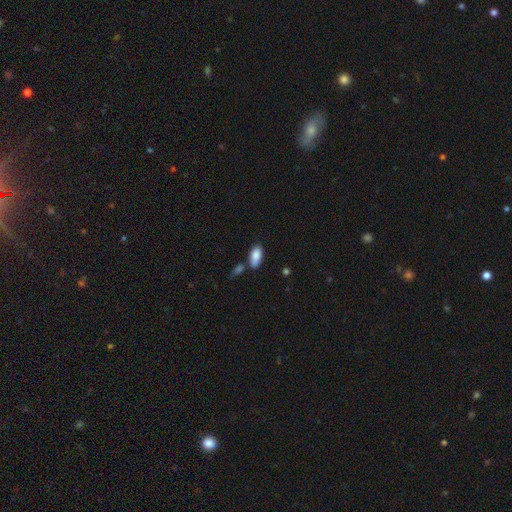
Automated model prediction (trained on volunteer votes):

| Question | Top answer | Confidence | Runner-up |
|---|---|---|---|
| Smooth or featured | smooth | 85% | featured or disk (8%) |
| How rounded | in between | 91% | cigar-shaped (6%) |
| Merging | none | 56% | merger (20%) |